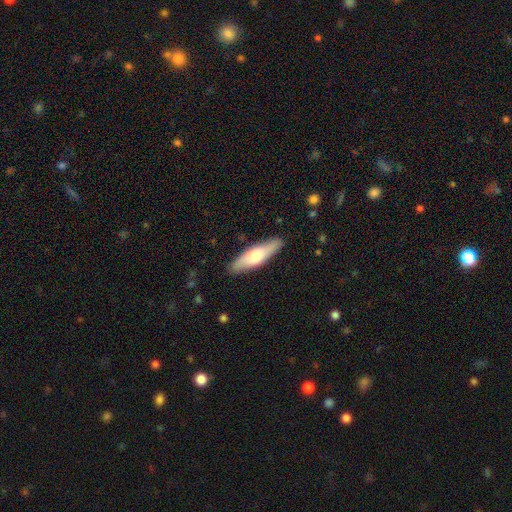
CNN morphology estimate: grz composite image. It shows a smooth galaxy with no disk features (61%) that is cigar-shaped (62%). Merging: none (87%).